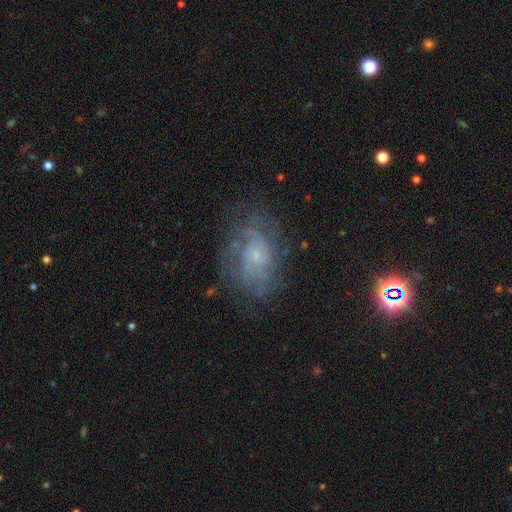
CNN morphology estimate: Smooth or featured?
  - featured or disk: 76% *
  - smooth: 13%
  - star or artifact: 11%
Edge-on disk?
  - no: 97% *
  - yes: 3%
Bar?
  - no: 74% *
  - weak: 23%
  - strong: 3%
Spiral arms?
  - yes: 89% *
  - no: 11%
Spiral winding?
  - tight: 48% *
  - medium: 37%
  - loose: 14%
Spiral arm count?
  - can't tell: 42% *
  - 2: 20%
  - 3: 15%
  - 4: 10%
  - more than 4: 6%
  - 1: 6%
Bulge size?
  - small: 73% *
  - moderate: 16%
  - none: 9%
  - large: 2%
  - dominant: 1%
Merging?
  - none: 68% *
  - minor disturbance: 18%
  - major disturbance: 12%
  - merger: 2%